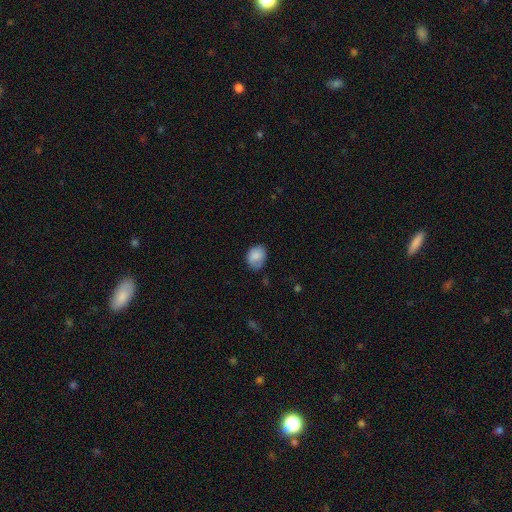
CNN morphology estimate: Smooth or featured?
  - smooth: 84% *
  - star or artifact: 8%
  - featured or disk: 8%
How rounded?
  - in between: 61% *
  - round: 38%
  - cigar-shaped: 1%
Merging?
  - none: 64% *
  - minor disturbance: 28%
  - major disturbance: 6%
  - merger: 2%